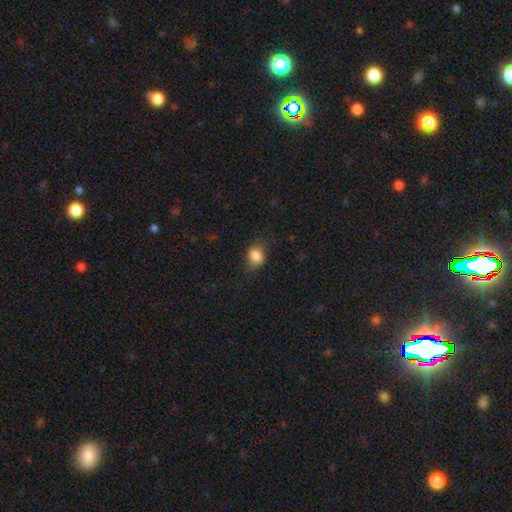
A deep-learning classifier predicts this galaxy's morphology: A smooth galaxy with no disk features (84%) that is in between round and cigar-shaped (52%). Merging: none (69%).